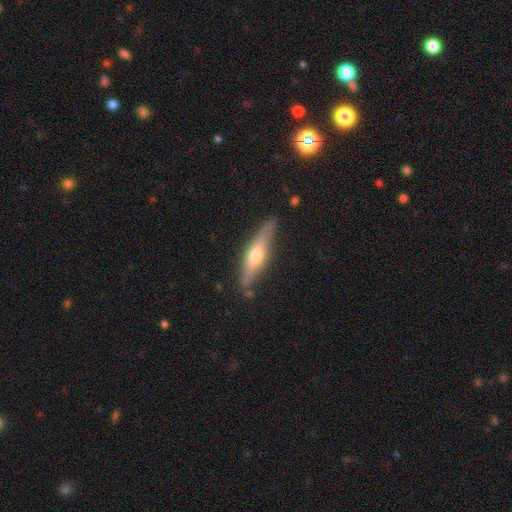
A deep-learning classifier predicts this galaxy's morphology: The model was most divided on "smooth or featured": featured or disk: 57%, smooth: 37%, star or artifact: 6%. More confident: edge-on disk — yes (91%); edge-on bulge — rounded (88%); merging — none (82%).